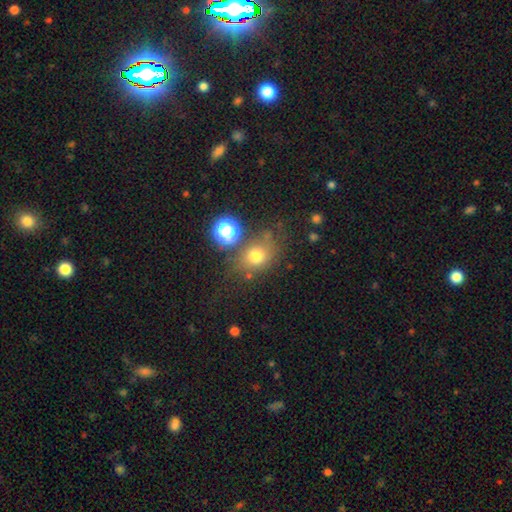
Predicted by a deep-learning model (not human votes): This appears to be a smooth galaxy with no disk features (70%) that is round (62%). Merging: none (63%).